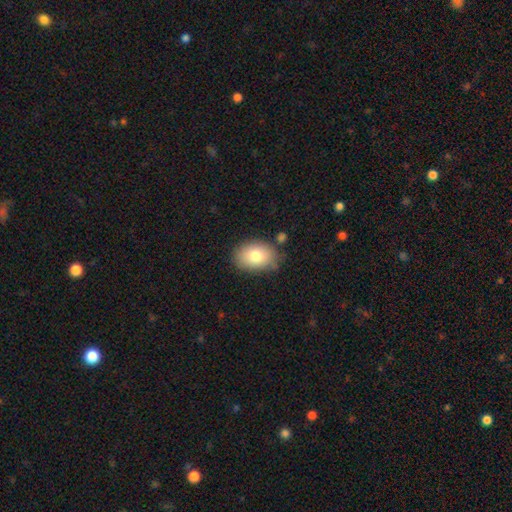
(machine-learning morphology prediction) The model was most divided on "merging": none: 76%, minor disturbance: 16%, merger: 4%, major disturbance: 4%. More confident: how rounded — in between (80%); smooth or featured — smooth (79%).